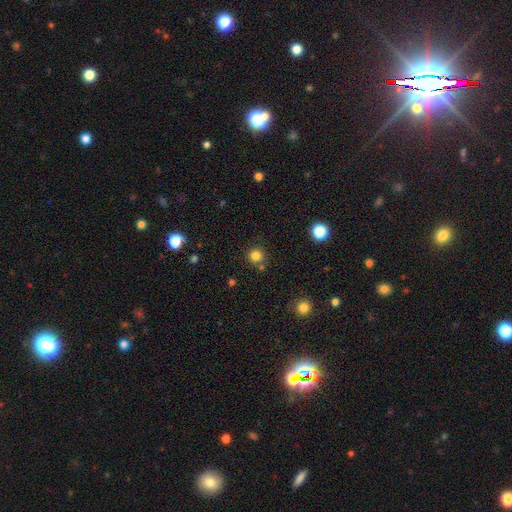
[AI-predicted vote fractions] smooth 81%, star or artifact 14%, featured or disk 5%. Down the decision tree: how rounded — round (93%); merging — none (78%).